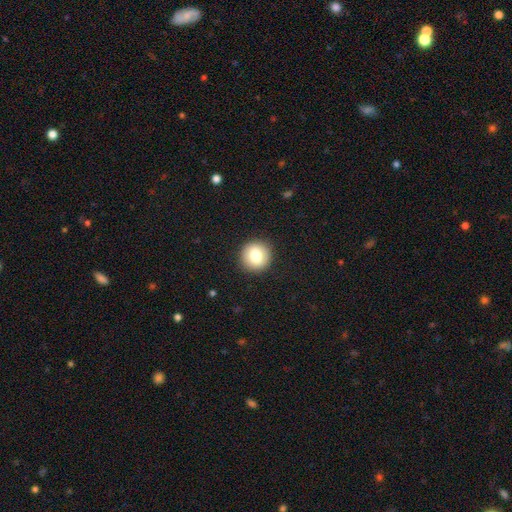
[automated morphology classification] A smooth galaxy with no disk features (79%) that is round (94%).

Vote fractions:
- Smooth or featured? smooth: 79% / featured or disk: 13% / star or artifact: 9%
- How rounded? round: 94% / in between: 5% / cigar-shaped: 1%
- Merging? none: 92% / minor disturbance: 5% / major disturbance: 2% / merger: 1%